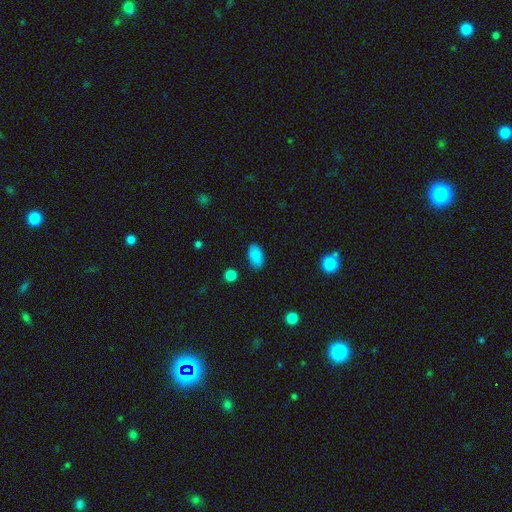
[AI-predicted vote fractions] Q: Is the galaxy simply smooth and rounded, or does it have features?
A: smooth — 88%.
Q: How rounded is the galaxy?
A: in between — 93%.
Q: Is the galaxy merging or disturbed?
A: none — 86%.